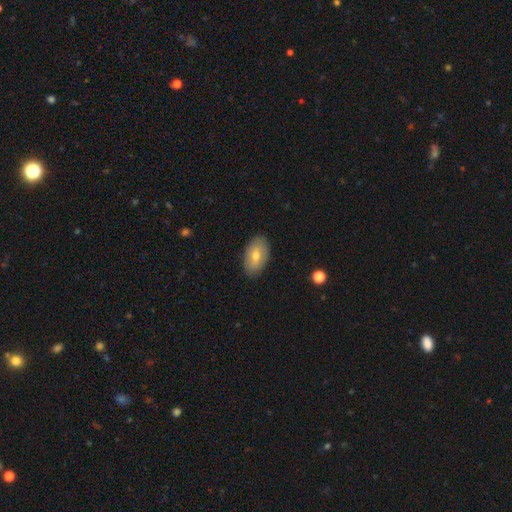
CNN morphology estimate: Smooth or featured: smooth — 68% (featured or disk — 25%)
How rounded: in between — 93% (round — 6%)
Merging: none — 86% (minor disturbance — 11%)